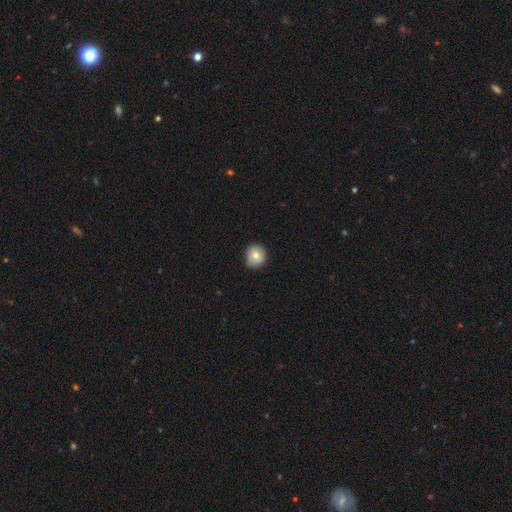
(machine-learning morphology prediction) A smooth galaxy with no disk features (79%) that is round (90%). Merging: none (78%).